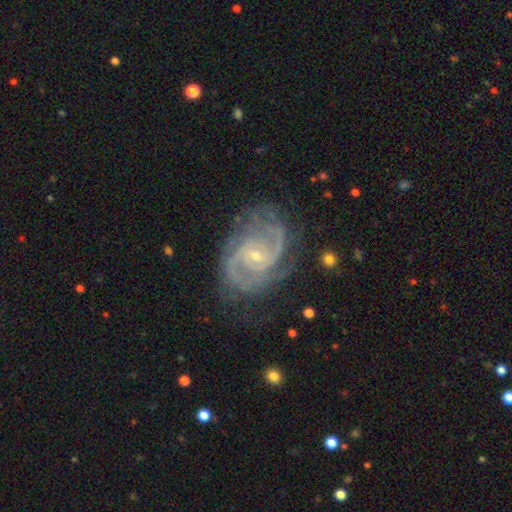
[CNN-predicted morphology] This appears to be a featured or disk galaxy (90%) with no bar (51%), 2 (59%) tight (49%) spiral arms (98%) and a small central bulge (77%). Merging: none (71%).